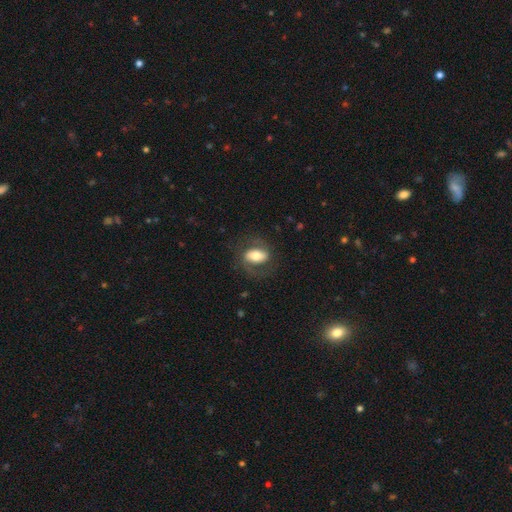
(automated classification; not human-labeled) smooth-or-featured: smooth: 49% | featured or disk: 44% | star or artifact: 7%
  merging: none: 71% | minor disturbance: 16% | major disturbance: 12% | merger: 1%